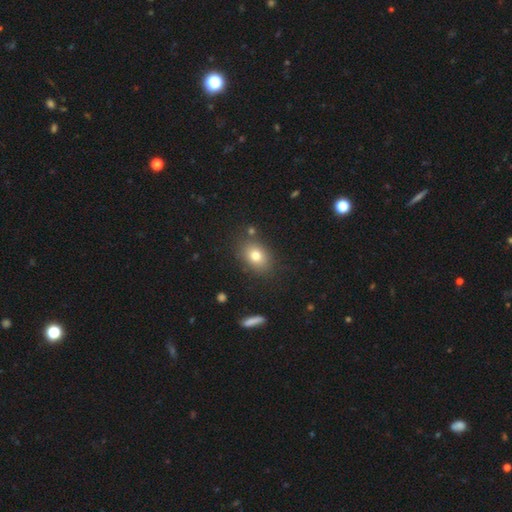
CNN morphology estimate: Q: Smooth or featured?
A: smooth (77%); runner-up: featured or disk (12%)
Q: How rounded?
A: in between (70%); runner-up: round (29%)
Q: Merging?
A: none (81%); runner-up: minor disturbance (11%)